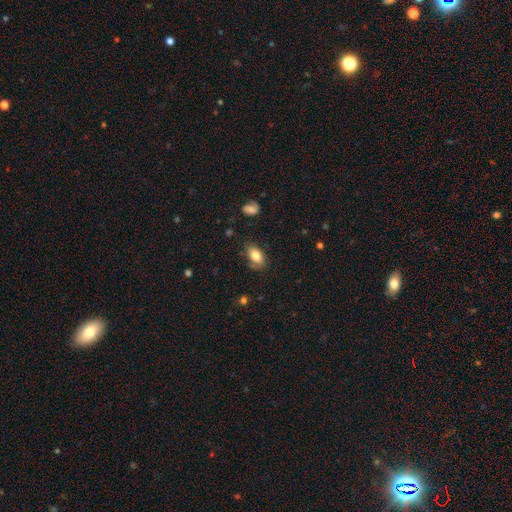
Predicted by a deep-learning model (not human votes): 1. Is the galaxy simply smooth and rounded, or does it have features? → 81% smooth, 11% featured or disk, 8% star or artifact.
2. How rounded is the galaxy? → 91% in between, 6% round, 2% cigar-shaped.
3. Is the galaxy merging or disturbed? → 74% none, 20% minor disturbance, 5% major disturbance, 2% merger.